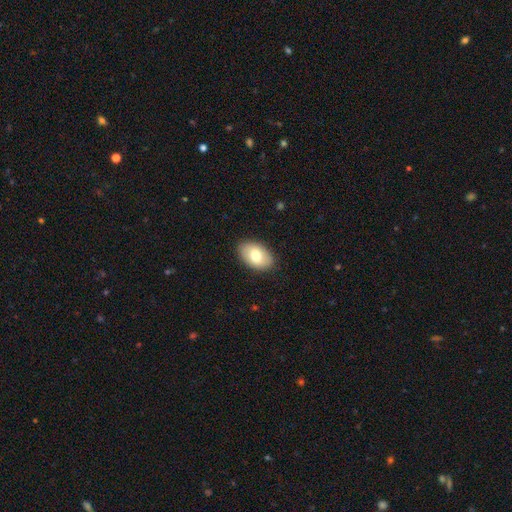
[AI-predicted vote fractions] Q: Smooth or featured?
A: smooth (76%); runner-up: featured or disk (18%)
Q: How rounded?
A: in between (92%); runner-up: round (7%)
Q: Merging?
A: none (88%); runner-up: minor disturbance (9%)